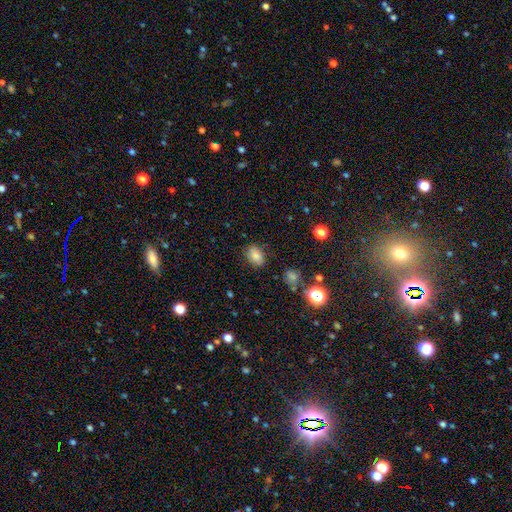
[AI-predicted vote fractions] Smooth or featured? smooth (82%)
How rounded? in between (75%)
Merging? none (81%)